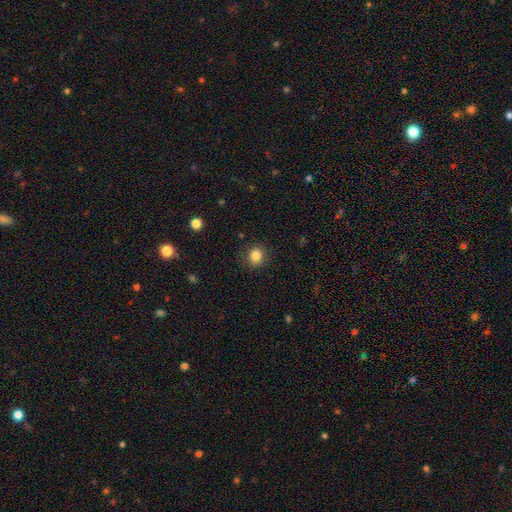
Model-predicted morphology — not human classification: Q: Smooth or featured?
A: smooth (84%); runner-up: star or artifact (11%)
Q: How rounded?
A: round (80%); runner-up: in between (19%)
Q: Merging?
A: none (87%); runner-up: minor disturbance (9%)